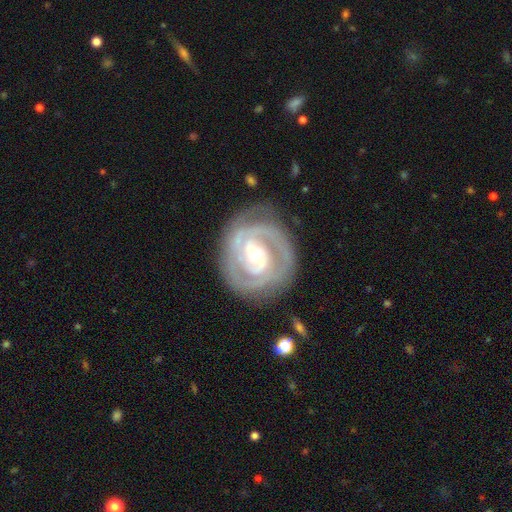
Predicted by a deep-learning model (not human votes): smooth_or_featured: featured or disk (p=0.89) [alt: smooth p=0.07]
disk_edge_on: no (p=0.97) [alt: yes p=0.03]
bar: weak (p=0.41) [alt: no p=0.32]
has_spiral_arms: yes (p=0.95) [alt: no p=0.05]
spiral_winding: tight (p=0.73) [alt: medium p=0.23]
spiral_arm_count: 2 (p=0.56) [alt: 3 p=0.18]
bulge_size: moderate (p=0.68) [alt: small p=0.24]
merging: none (p=0.77) [alt: minor disturbance p=0.15]